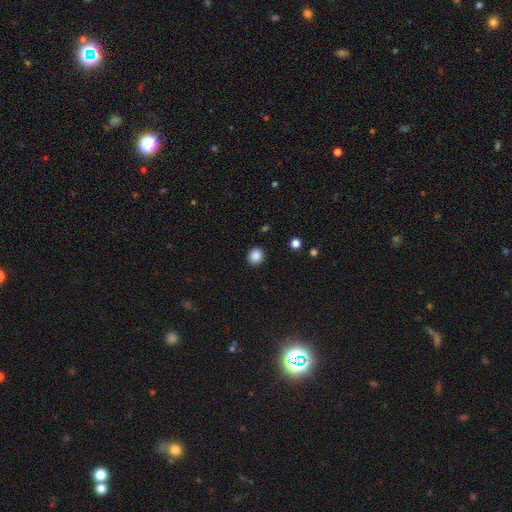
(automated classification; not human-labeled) Q: Smooth or featured?
A: smooth (87%); runner-up: star or artifact (10%)
Q: How rounded?
A: round (83%); runner-up: in between (16%)
Q: Merging?
A: none (91%); runner-up: minor disturbance (6%)